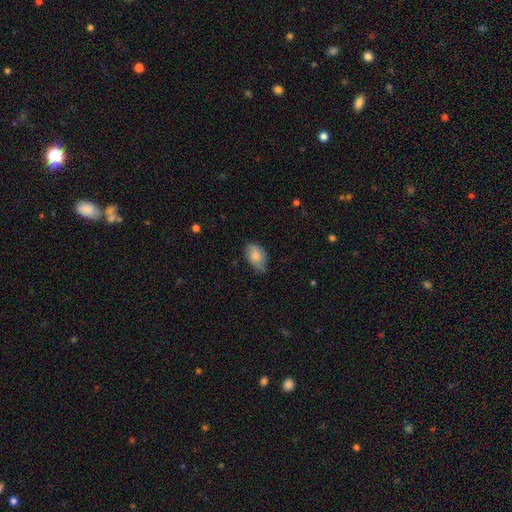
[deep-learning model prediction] A smooth galaxy with no disk features (66%) that is in between round and cigar-shaped (88%).

Vote fractions:
- Smooth or featured? smooth: 66% / featured or disk: 27% / star or artifact: 7%
- How rounded? in between: 88% / round: 11% / cigar-shaped: 2%
- Merging? none: 58% / minor disturbance: 33% / major disturbance: 8% / merger: 1%